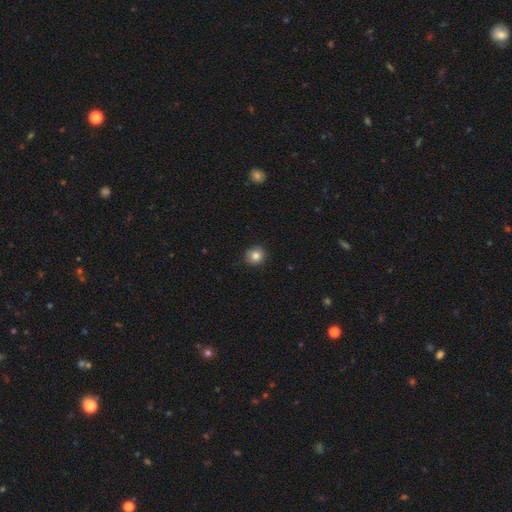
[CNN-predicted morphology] type=smooth (83%); roundness=round (87%); merging=none (89%).